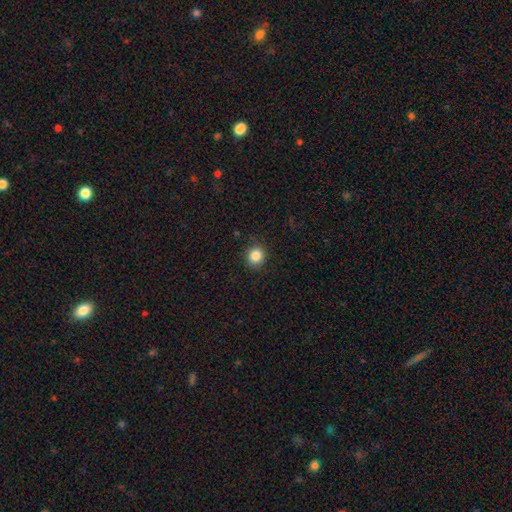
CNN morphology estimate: This appears to be a smooth galaxy with no disk features (86%) that is round (86%). Merging: none (89%).